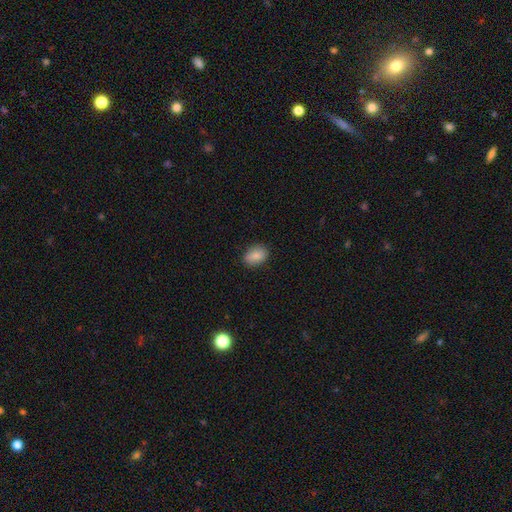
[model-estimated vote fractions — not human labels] smooth_or_featured: smooth (p=0.84) [alt: featured or disk p=0.09]
how_rounded: in between (p=0.75) [alt: round p=0.24]
merging: none (p=0.86) [alt: minor disturbance p=0.11]